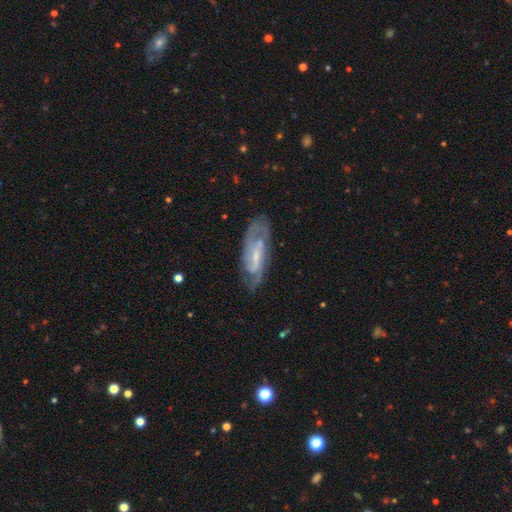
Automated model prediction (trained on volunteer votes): The model was most divided on "spiral winding": medium: 44%, tight: 37%, loose: 19%. Remaining: spiral arms — yes (88%); edge-on disk — no (86%); smooth or featured — featured or disk (75%); merging — none (67%); spiral arm count — 2 (55%); bulge size — small (54%); bar — weak (48%).